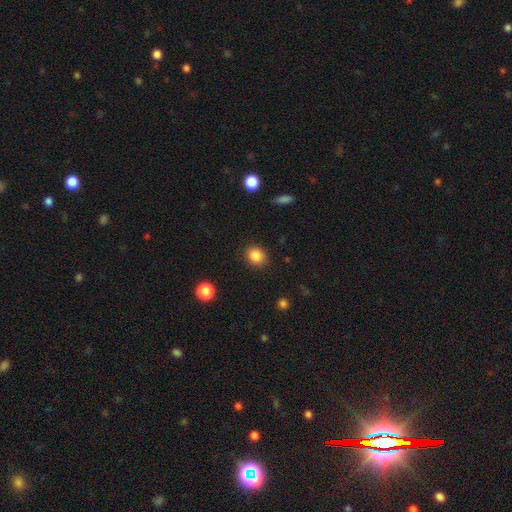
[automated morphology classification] smooth_or_featured: smooth (p=0.86) [alt: star or artifact p=0.10]
how_rounded: round (p=0.72) [alt: in between p=0.27]
merging: none (p=0.89) [alt: minor disturbance p=0.07]